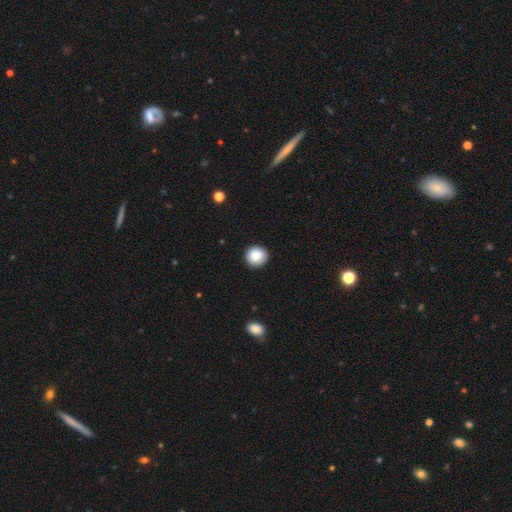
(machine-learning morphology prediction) A smooth galaxy with no disk features (86%) that is round (93%).

Vote fractions:
- Smooth or featured? smooth: 86% / star or artifact: 8% / featured or disk: 6%
- How rounded? round: 93% / in between: 6% / cigar-shaped: 1%
- Merging? none: 92% / minor disturbance: 5% / major disturbance: 2% / merger: 1%